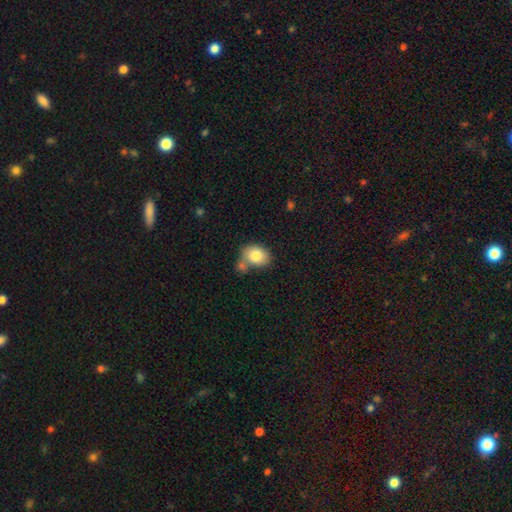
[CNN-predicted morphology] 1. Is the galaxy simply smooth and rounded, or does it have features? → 80% smooth, 12% featured or disk, 8% star or artifact.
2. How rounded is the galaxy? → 60% in between, 39% round, 1% cigar-shaped.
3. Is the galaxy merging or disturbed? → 46% none, 32% merger, 17% minor disturbance, 6% major disturbance.